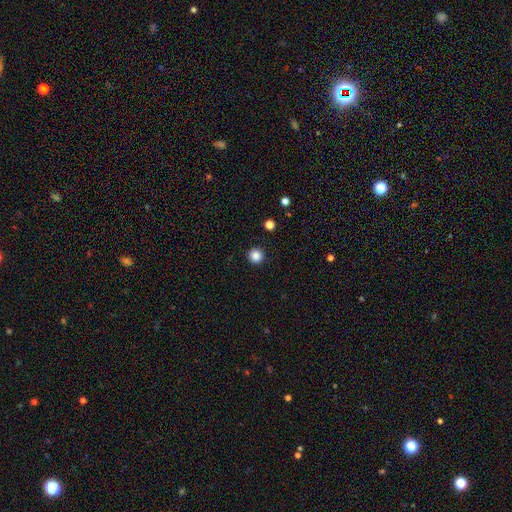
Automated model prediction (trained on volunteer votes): smooth_or_featured: smooth (p=0.86) [alt: star or artifact p=0.11]
how_rounded: round (p=0.96) [alt: in between p=0.03]
merging: none (p=0.93) [alt: minor disturbance p=0.04]